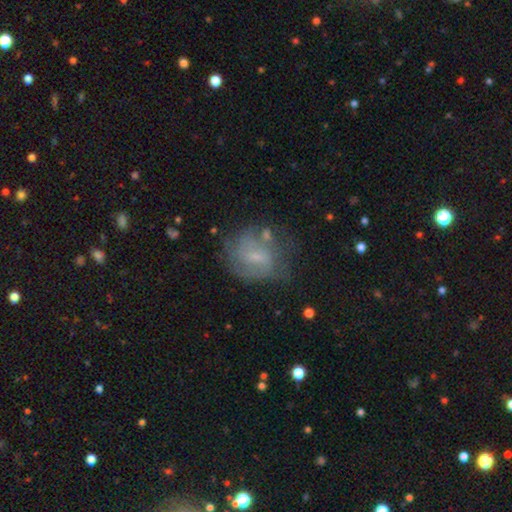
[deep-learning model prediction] A featured or disk galaxy (59%) with a weak bar (52%), spiral arms (71%) and a small central bulge (60%).

Vote fractions:
- Smooth or featured? featured or disk: 59% / smooth: 31% / star or artifact: 10%
- Edge-on disk? no: 97% / yes: 3%
- Bar? weak: 52% / no: 37% / strong: 11%
- Spiral arms? yes: 71% / no: 29%
- Bulge size? small: 60% / moderate: 22% / none: 16% / large: 2% / dominant: 1%
- Merging? none: 56% / minor disturbance: 23% / major disturbance: 15% / merger: 6%